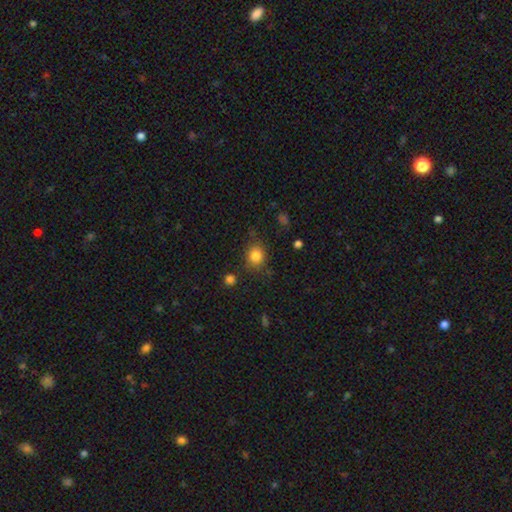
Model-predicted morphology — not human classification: This appears to be a smooth galaxy with no disk features (83%) that is round (76%). Merging: none (79%).